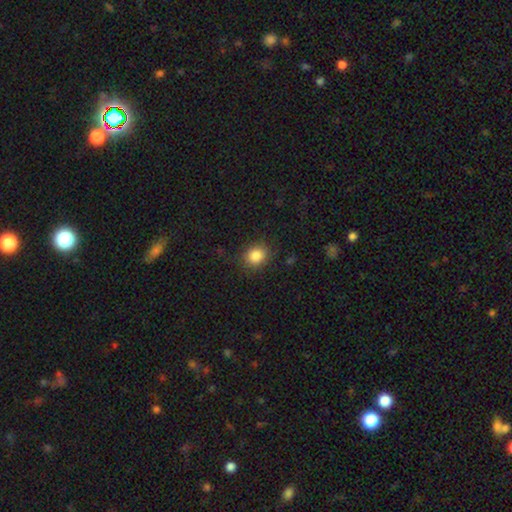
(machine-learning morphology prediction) smooth 85%, star or artifact 10%, featured or disk 5%. Down the decision tree: how rounded — round (68%); merging — none (85%).